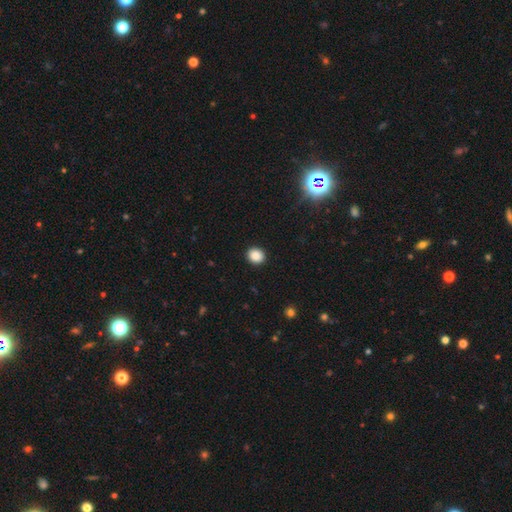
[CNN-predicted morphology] smooth 88%, star or artifact 9%, featured or disk 3%. Down the decision tree: how rounded — round (75%); merging — none (92%).